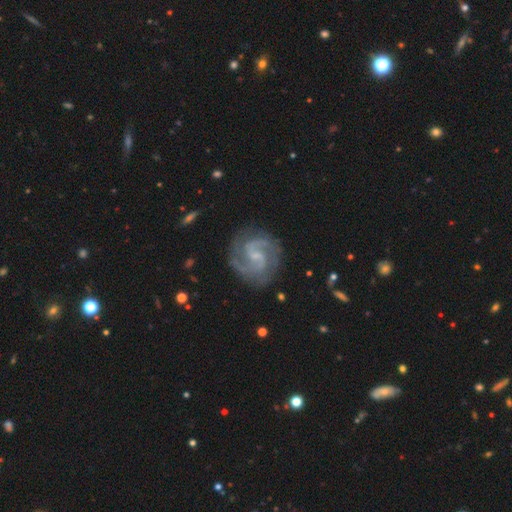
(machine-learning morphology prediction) Overall: featured or disk (91%). Edge-on disk: no (98%). Bar: weak (54%; no 33%). Spiral arms: yes (98%). Spiral arm count: 2 (90%). Spiral winding: medium (58%; tight 27%). Bulge size: small (61%; none 21%). Merging: none (82%).